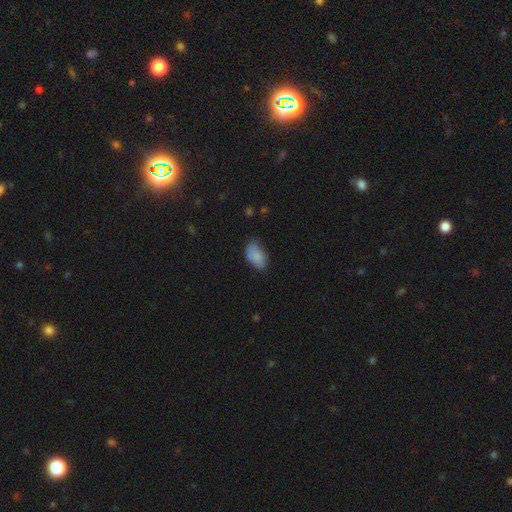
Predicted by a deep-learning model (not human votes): smooth 83%, featured or disk 9%, star or artifact 8%. Down the decision tree: how rounded — in between (93%); merging — none (55%).